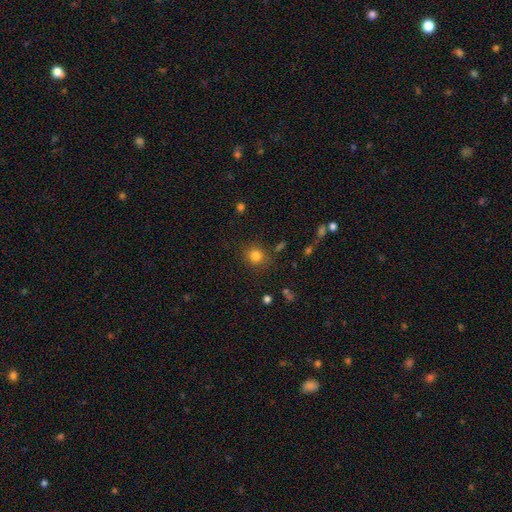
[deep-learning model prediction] Morphology: type=smooth (81%); roundness=round (85%); merging=none (83%).